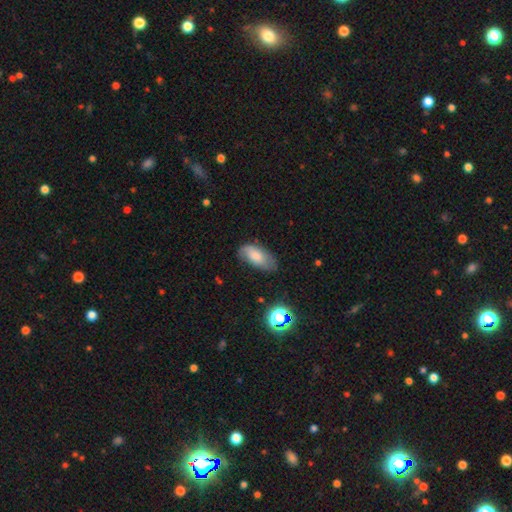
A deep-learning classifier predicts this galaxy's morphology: Q: Smooth or featured?
A: smooth (69%); runner-up: featured or disk (22%)
Q: How rounded?
A: in between (92%); runner-up: cigar-shaped (5%)
Q: Merging?
A: none (63%); runner-up: minor disturbance (27%)